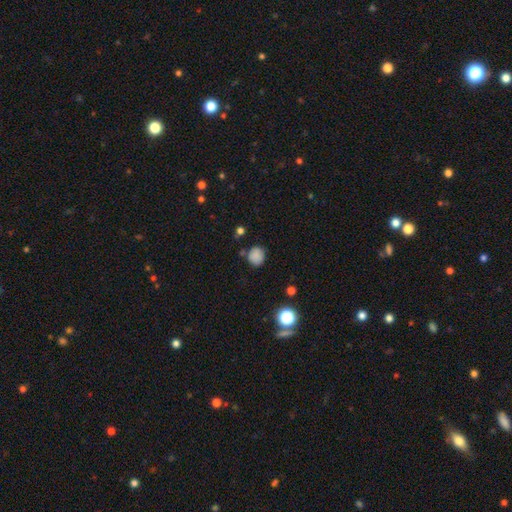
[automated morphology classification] A smooth galaxy with no disk features (82%) that is round (77%). Merging: none (71%).